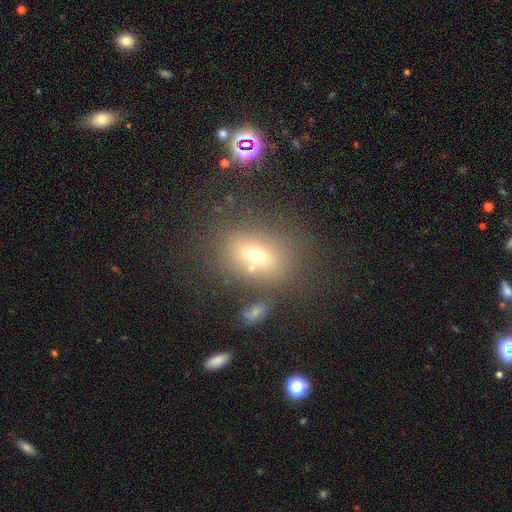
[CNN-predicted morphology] The model was most divided on "how rounded": in between: 67%, round: 31%, cigar-shaped: 2%. More confident: merging — none (66%); smooth or featured — smooth (63%).